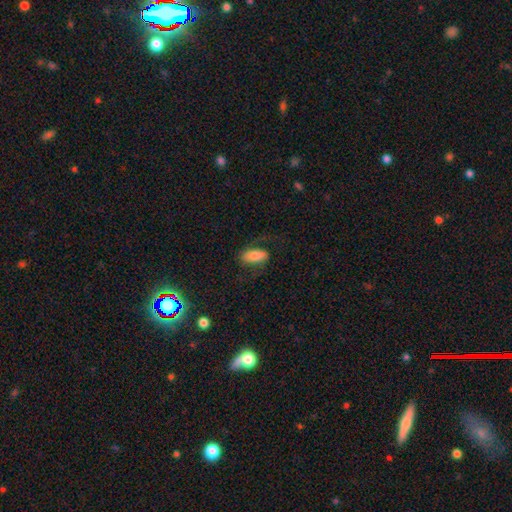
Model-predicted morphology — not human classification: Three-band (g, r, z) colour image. It shows a smooth galaxy with no disk features (77%) that is in between round and cigar-shaped (83%). Merging: none (64%).